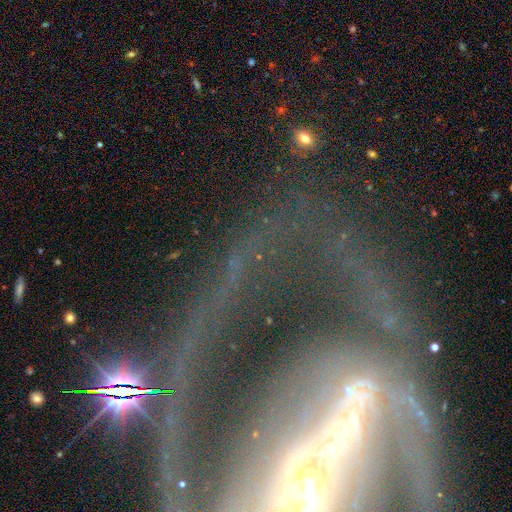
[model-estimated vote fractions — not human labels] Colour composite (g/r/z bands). It shows a featured or disk galaxy (77%) with a strong bar (61%), spiral arms (74%) and a moderate central bulge (41%). Merging: none (50%).